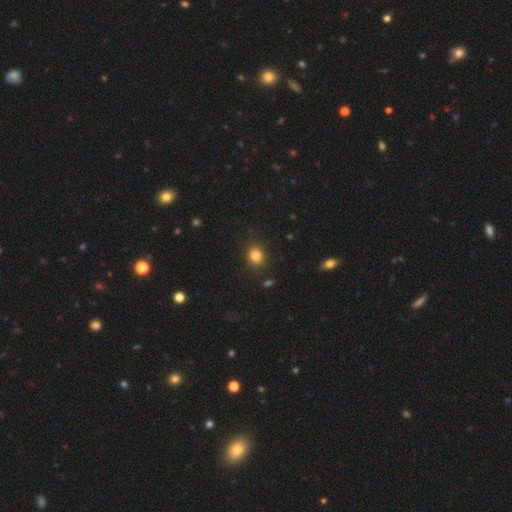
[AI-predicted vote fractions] Smooth or featured? Predicted: smooth (p=0.83). How rounded? Predicted: round (p=0.58). Merging? Predicted: none (p=0.86).